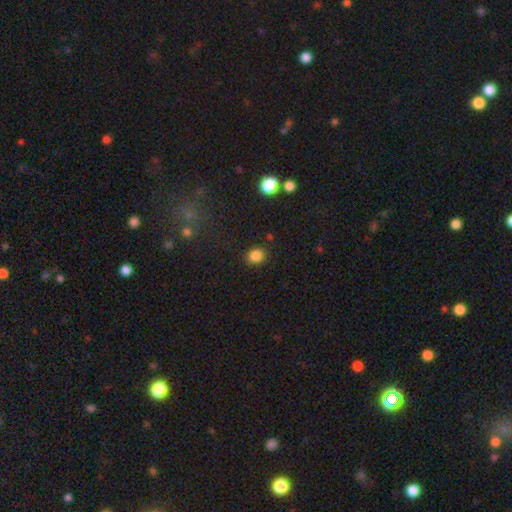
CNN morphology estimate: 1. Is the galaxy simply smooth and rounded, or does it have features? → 84% smooth, 11% star or artifact, 4% featured or disk.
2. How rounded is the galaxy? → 67% round, 32% in between, 1% cigar-shaped.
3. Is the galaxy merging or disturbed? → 86% none, 9% minor disturbance, 3% major disturbance, 2% merger.